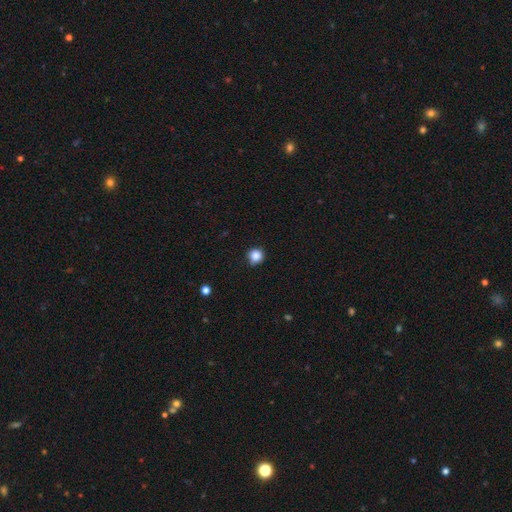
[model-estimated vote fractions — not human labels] Smooth or featured? Predicted: smooth (p=0.84). How rounded? Predicted: round (p=0.91). Merging? Predicted: none (p=0.79).